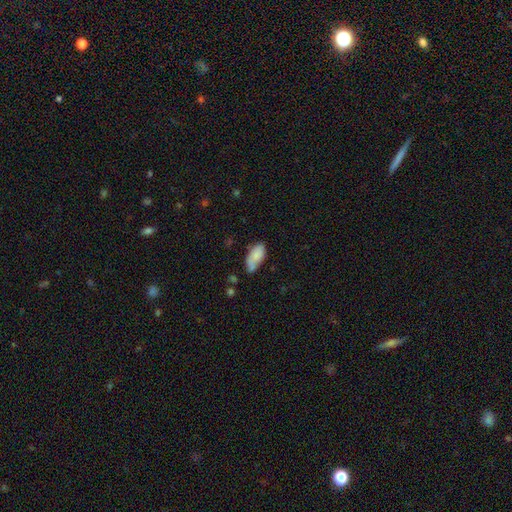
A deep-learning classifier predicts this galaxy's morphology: This appears to be a smooth galaxy with no disk features (80%) that is in between round and cigar-shaped (90%). Merging: none (49%).